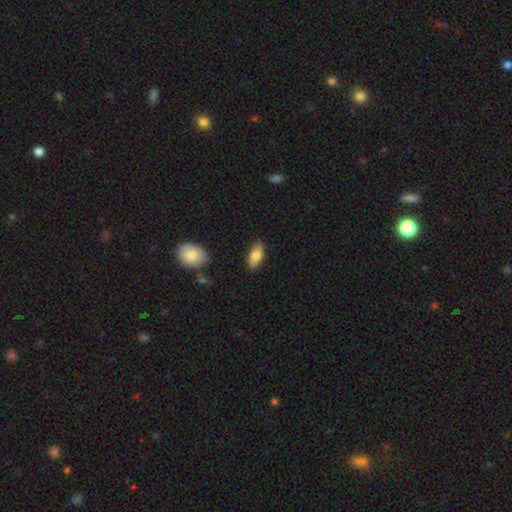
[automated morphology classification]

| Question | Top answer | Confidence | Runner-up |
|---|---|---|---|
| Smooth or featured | smooth | 82% | featured or disk (12%) |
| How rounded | in between | 87% | cigar-shaped (10%) |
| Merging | none | 86% | minor disturbance (10%) |